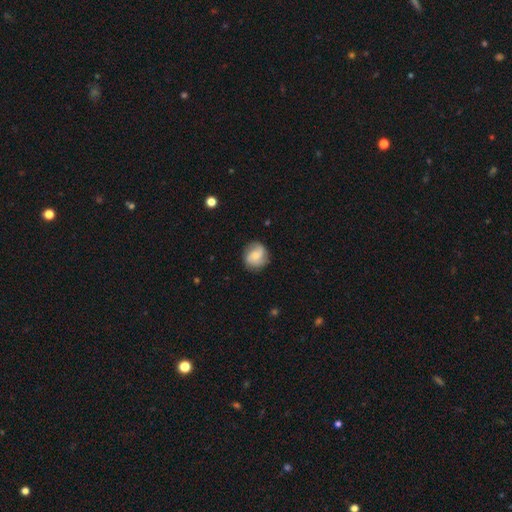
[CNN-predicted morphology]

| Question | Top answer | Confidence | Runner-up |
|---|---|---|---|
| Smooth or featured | smooth | 51% | featured or disk (41%) |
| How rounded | round | 82% | in between (17%) |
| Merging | none | 79% | minor disturbance (16%) |